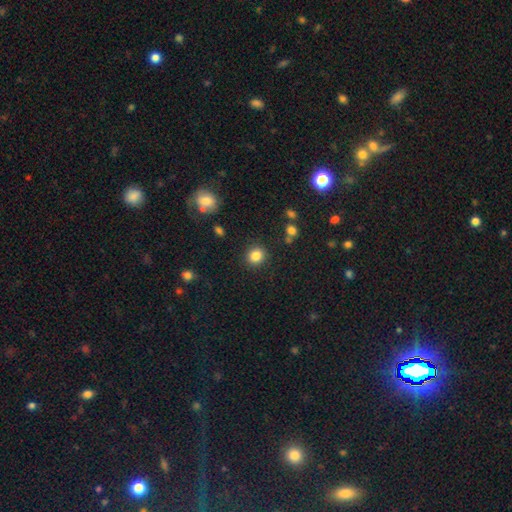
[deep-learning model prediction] A smooth galaxy with no disk features (84%) that is round (83%).

Vote fractions:
- Smooth or featured? smooth: 84% / star or artifact: 11% / featured or disk: 5%
- How rounded? round: 83% / in between: 16% / cigar-shaped: 1%
- Merging? none: 89% / minor disturbance: 7% / major disturbance: 3% / merger: 2%